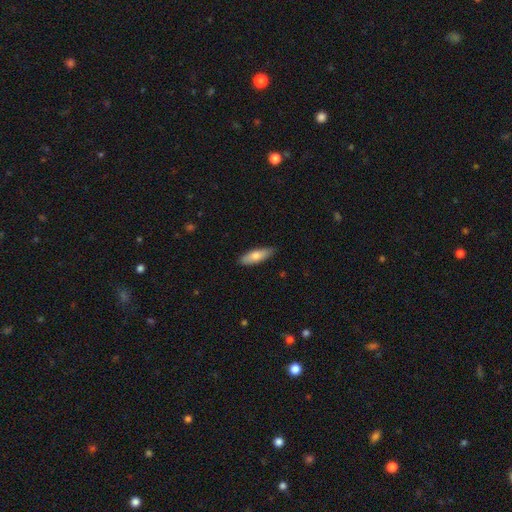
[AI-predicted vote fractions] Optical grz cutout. It shows a smooth galaxy with no disk features (74%) that is in between round and cigar-shaped (54%). Merging: none (88%).